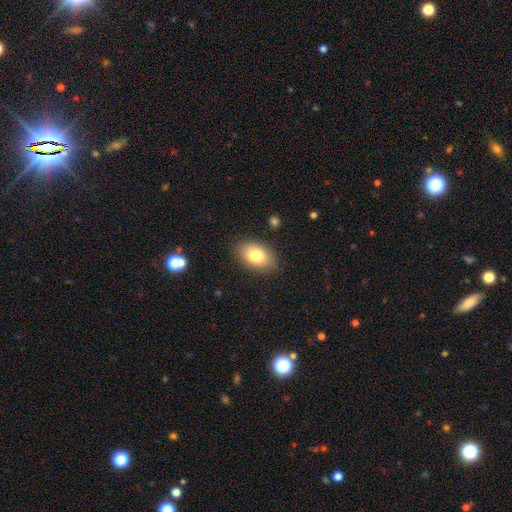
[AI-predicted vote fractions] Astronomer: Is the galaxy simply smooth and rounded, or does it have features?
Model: smooth — 81%.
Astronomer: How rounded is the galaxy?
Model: in between — 87%.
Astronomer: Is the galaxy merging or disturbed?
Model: none — 84%.